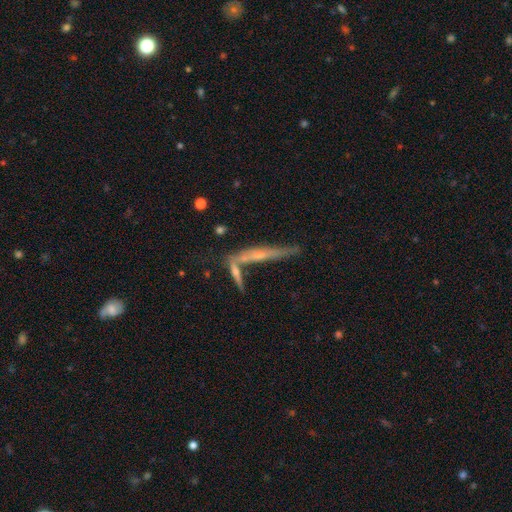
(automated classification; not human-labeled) A featured or disk galaxy (60%) viewed edge-on (87%) with a rounded central bulge (58%). Merging: none (50%).